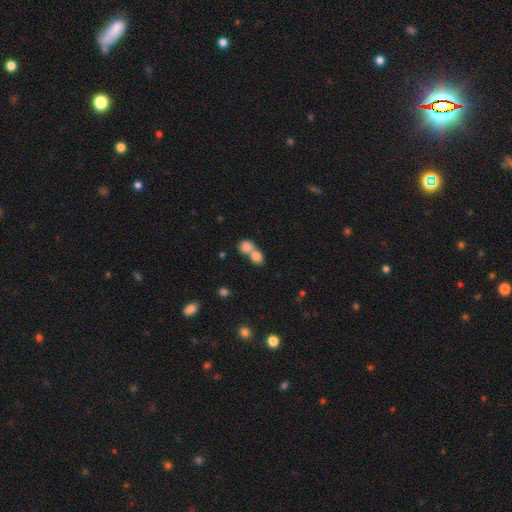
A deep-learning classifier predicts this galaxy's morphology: type=smooth (81%); roundness=round (59%); merging=merger (66%).